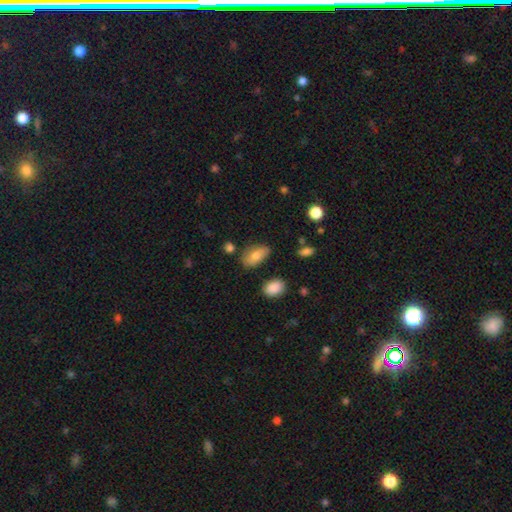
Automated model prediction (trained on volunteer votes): Q: Smooth or featured?
A: smooth (75%); runner-up: featured or disk (17%)
Q: How rounded?
A: in between (91%); runner-up: cigar-shaped (5%)
Q: Merging?
A: none (74%); runner-up: minor disturbance (18%)